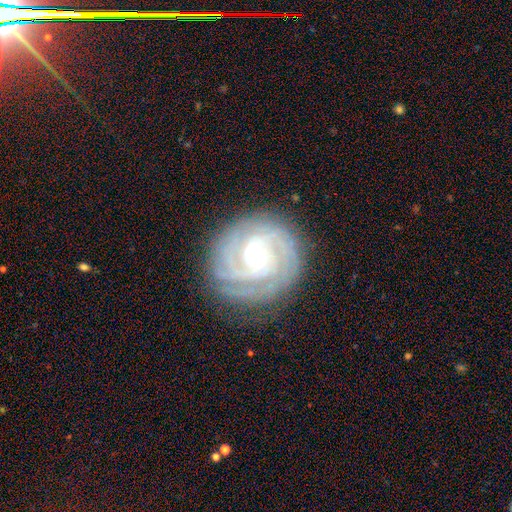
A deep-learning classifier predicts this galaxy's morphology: Smooth or featured?
  - featured or disk: 89% *
  - smooth: 6%
  - star or artifact: 5%
Edge-on disk?
  - no: 97% *
  - yes: 3%
Bar?
  - no: 43% *
  - weak: 40%
  - strong: 17%
Spiral arms?
  - yes: 98% *
  - no: 2%
Spiral winding?
  - tight: 79% *
  - medium: 18%
  - loose: 3%
Spiral arm count?
  - 3: 31% *
  - can't tell: 19%
  - 4: 18%
  - 2: 17%
  - more than 4: 8%
  - 1: 7%
Bulge size?
  - moderate: 72% *
  - small: 17%
  - large: 9%
  - dominant: 1%
  - none: 1%
Merging?
  - none: 82% *
  - minor disturbance: 12%
  - major disturbance: 4%
  - merger: 1%